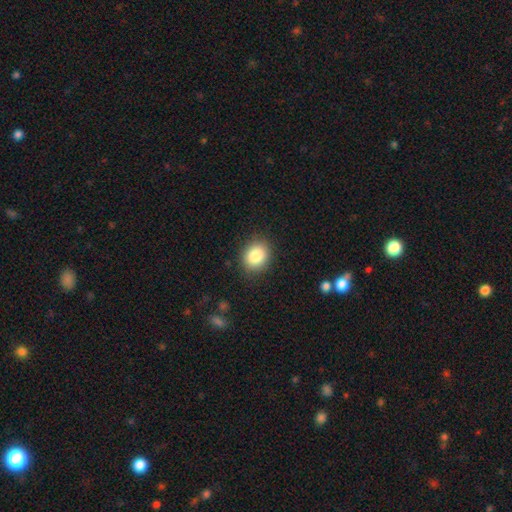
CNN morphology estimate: This is clearly a smooth galaxy (85%). How rounded: possibly round (56%). Merging: clearly none (87%).